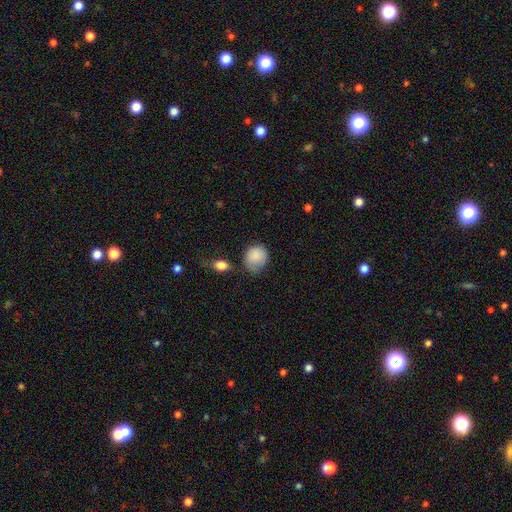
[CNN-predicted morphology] Smooth or featured? Predicted: smooth (p=0.86). How rounded? Predicted: round (p=0.70). Merging? Predicted: none (p=0.54).